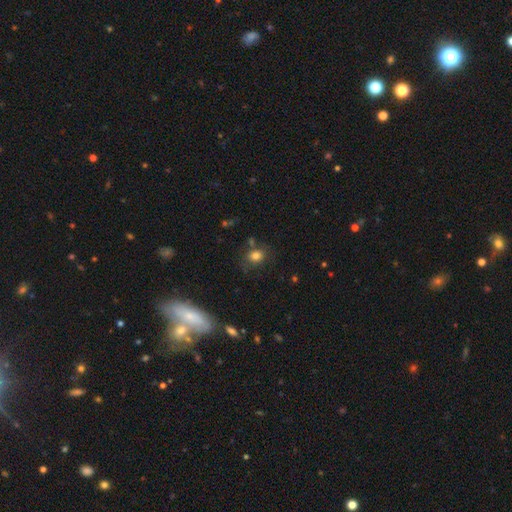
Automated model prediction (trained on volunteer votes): A smooth galaxy with no disk features (79%) that is round (50%).

Vote fractions:
- Smooth or featured? smooth: 79% / star or artifact: 11% / featured or disk: 10%
- How rounded? round: 50% / in between: 49% / cigar-shaped: 1%
- Merging? none: 66% / minor disturbance: 19% / major disturbance: 8% / merger: 7%